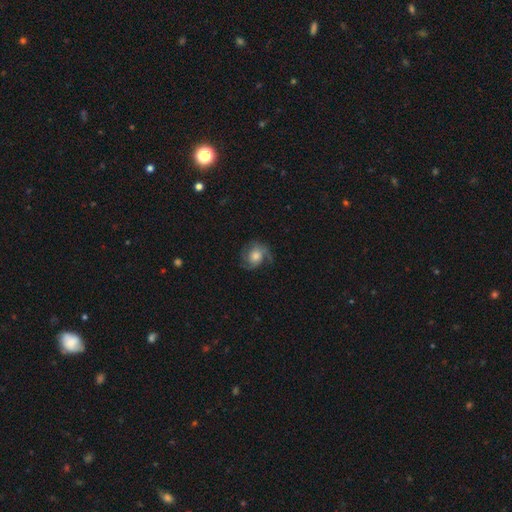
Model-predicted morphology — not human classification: Q: Smooth or featured?
A: featured or disk (62%); runner-up: smooth (30%)
Q: Edge-on disk?
A: no (97%); runner-up: yes (3%)
Q: Bar?
A: no (75%); runner-up: weak (22%)
Q: Spiral arms?
A: yes (91%); runner-up: no (9%)
Q: Spiral winding?
A: medium (44%); runner-up: tight (31%)
Q: Spiral arm count?
A: 2 (47%); runner-up: 3 (20%)
Q: Bulge size?
A: moderate (43%); runner-up: large (37%)
Q: Merging?
A: none (65%); runner-up: minor disturbance (20%)